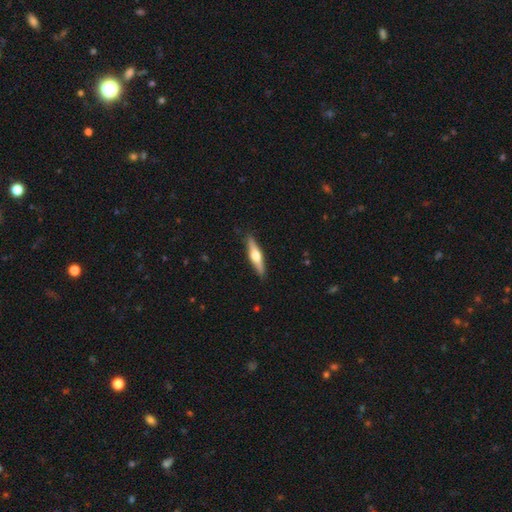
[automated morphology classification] smooth_or_featured: featured or disk (p=0.60) [alt: smooth p=0.35]
disk_edge_on: yes (p=0.96) [alt: no p=0.04]
edge_on_bulge: rounded (p=0.94) [alt: boxy p=0.04]
merging: none (p=0.90) [alt: minor disturbance p=0.08]